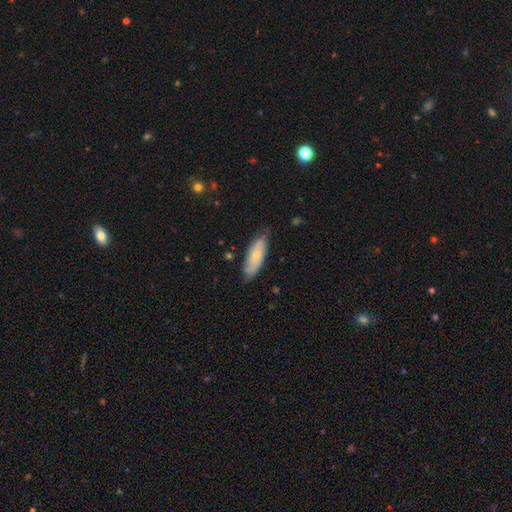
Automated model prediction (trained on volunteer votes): smooth 54%, featured or disk 40%, star or artifact 6%. Down the decision tree: how rounded — in between (68%); merging — none (72%).